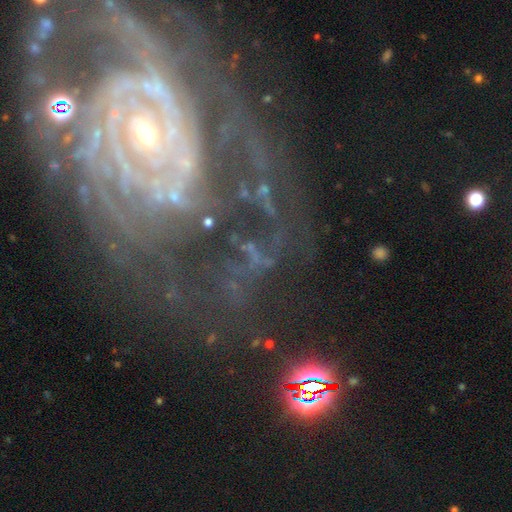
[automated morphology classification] This is possibly a star or artifact rather than a galaxy (51%).